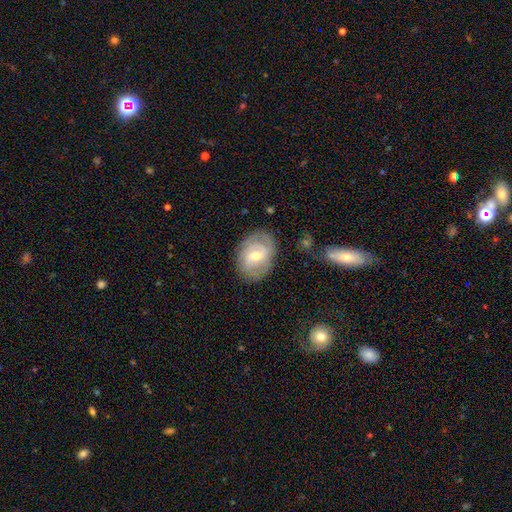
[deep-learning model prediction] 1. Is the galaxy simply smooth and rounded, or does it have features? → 78% featured or disk, 17% smooth, 6% star or artifact.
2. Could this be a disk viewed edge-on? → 96% no, 4% yes.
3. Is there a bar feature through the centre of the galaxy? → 55% weak, 28% no, 17% strong.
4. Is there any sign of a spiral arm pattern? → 90% yes, 10% no.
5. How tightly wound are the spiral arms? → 58% tight, 33% medium, 9% loose.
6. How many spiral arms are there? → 41% 2, 28% can't tell, 19% 3, 6% 4, 4% 1, 3% more than 4.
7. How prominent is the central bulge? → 61% moderate, 35% small, 2% large, 1% none, 1% dominant.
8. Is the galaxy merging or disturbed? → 80% none, 14% minor disturbance, 5% major disturbance, 1% merger.